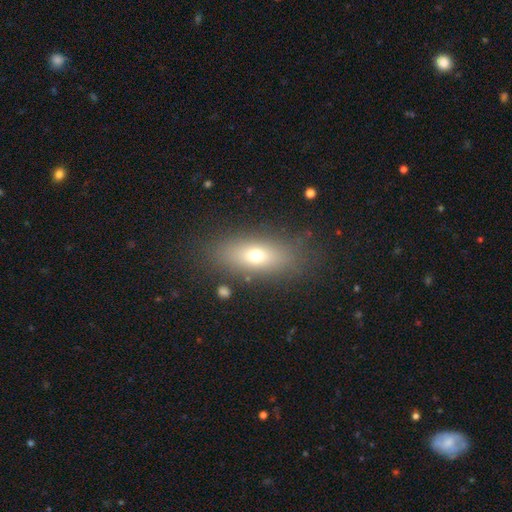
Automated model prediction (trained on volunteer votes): smooth-or-featured: smooth: 67% | featured or disk: 21% | star or artifact: 12%
  how-rounded: in between: 72% | cigar-shaped: 20% | round: 8%
  merging: none: 82% | minor disturbance: 11% | major disturbance: 5% | merger: 2%